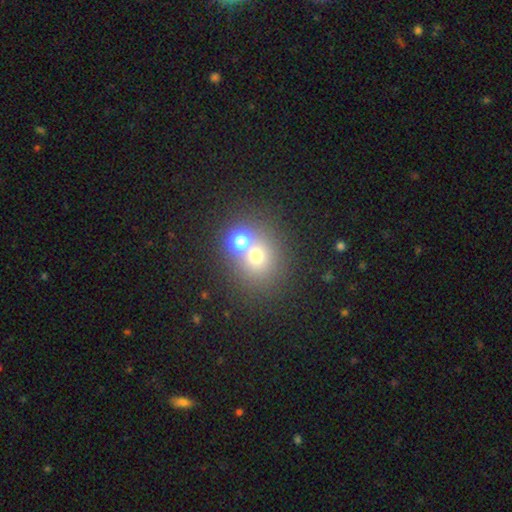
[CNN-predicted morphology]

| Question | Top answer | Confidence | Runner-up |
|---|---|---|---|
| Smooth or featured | smooth | 65% | star or artifact (20%) |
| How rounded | round | 79% | in between (21%) |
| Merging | none | 51% | merger (38%) |